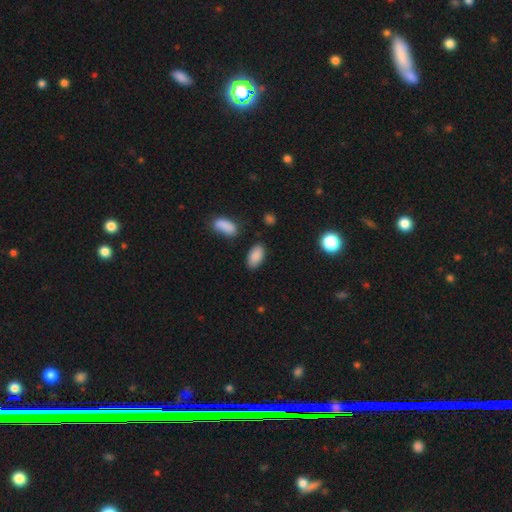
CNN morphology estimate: Smooth or featured?
  - smooth: 89% *
  - star or artifact: 7%
  - featured or disk: 4%
How rounded?
  - in between: 94% *
  - round: 3%
  - cigar-shaped: 3%
Merging?
  - none: 84% *
  - minor disturbance: 10%
  - merger: 3%
  - major disturbance: 3%